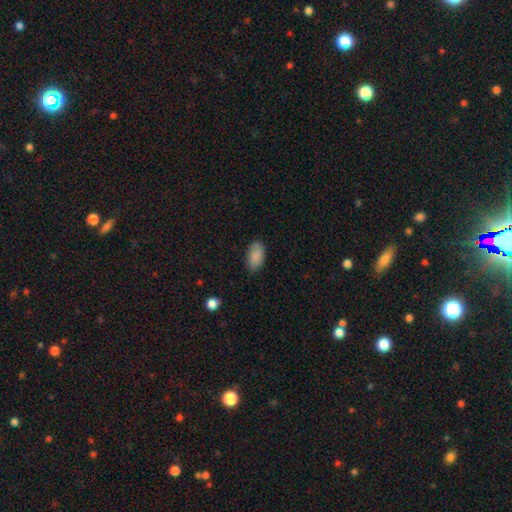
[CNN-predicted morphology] Overall: smooth (87%). How rounded: in between (94%). Merging: none (79%).